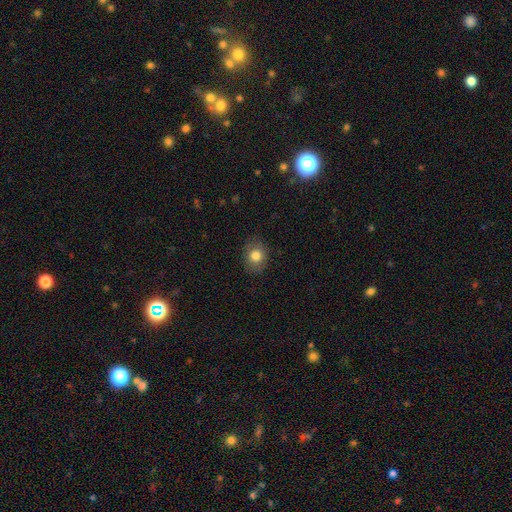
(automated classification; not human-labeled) Smooth or featured? Predicted: smooth (p=0.80). How rounded? Predicted: round (p=0.55). Merging? Predicted: none (p=0.84).